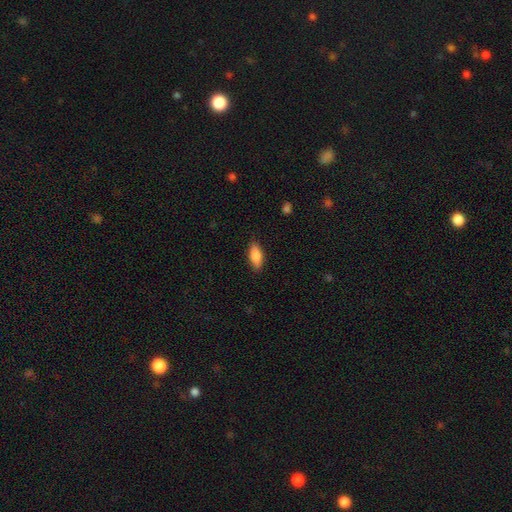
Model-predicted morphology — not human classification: type=smooth (85%); roundness=in between (77%); merging=none (86%).